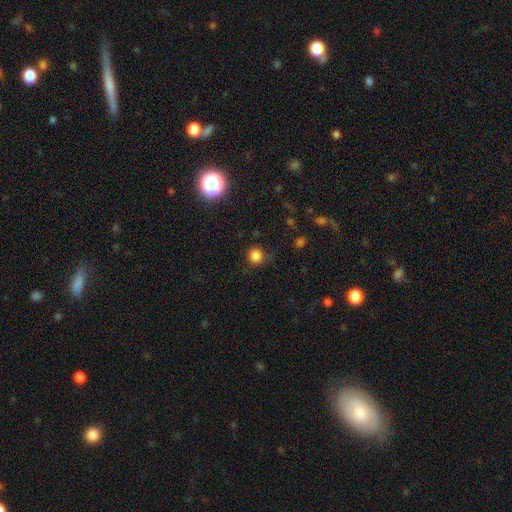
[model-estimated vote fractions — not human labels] Smooth or featured? Predicted: smooth (p=0.83). How rounded? Predicted: round (p=0.90). Merging? Predicted: none (p=0.83).